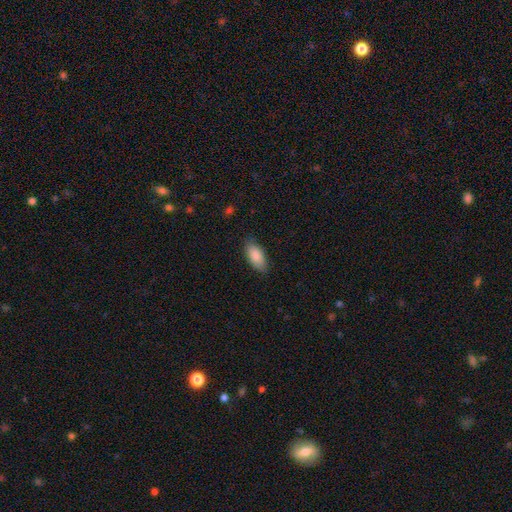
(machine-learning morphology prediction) smooth 87%, featured or disk 7%, star or artifact 6%. Down the decision tree: how rounded — in between (90%); merging — none (81%).